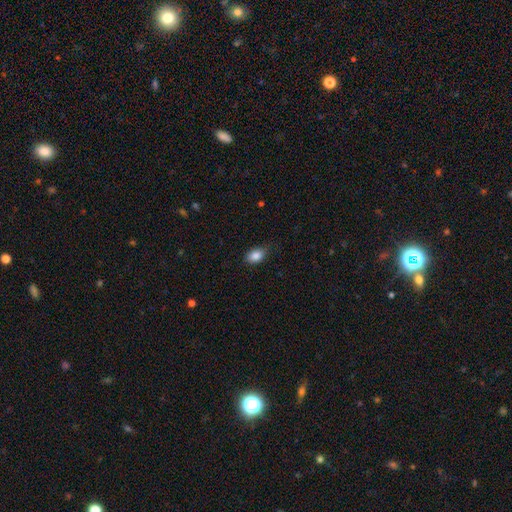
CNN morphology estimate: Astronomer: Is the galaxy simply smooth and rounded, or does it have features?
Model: smooth — 87%.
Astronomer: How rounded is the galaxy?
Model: in between — 86%.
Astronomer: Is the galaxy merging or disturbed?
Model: none — 79%.